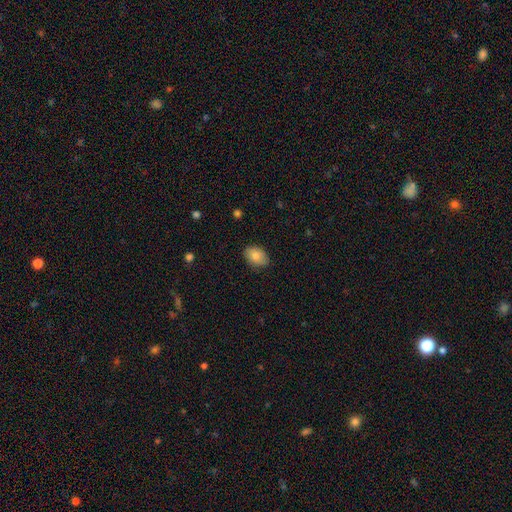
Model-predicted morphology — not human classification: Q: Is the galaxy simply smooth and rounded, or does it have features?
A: smooth — 83%.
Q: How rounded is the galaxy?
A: in between — 83%.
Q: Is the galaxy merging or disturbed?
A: none — 83%.